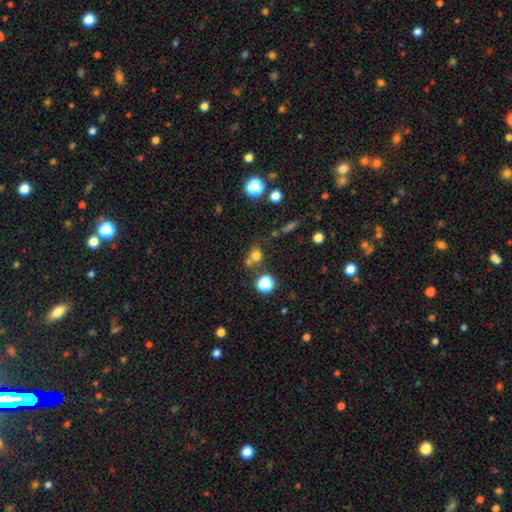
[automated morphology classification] Smooth or featured: smooth — 70% (star or artifact — 20%)
How rounded: round — 79% (in between — 20%)
Merging: none — 54% (merger — 30%)